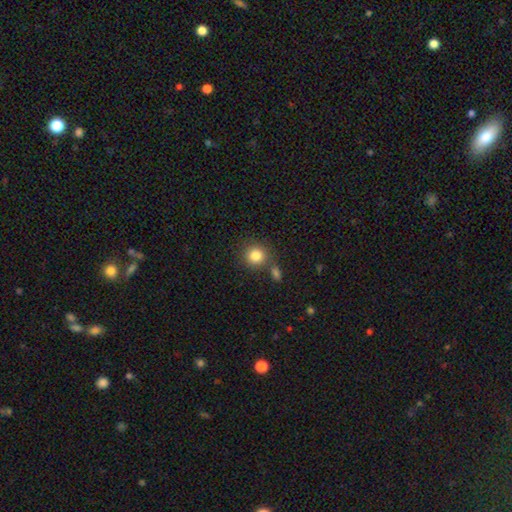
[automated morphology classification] smooth_or_featured: smooth (p=0.83) [alt: star or artifact p=0.10]
how_rounded: round (p=0.90) [alt: in between p=0.09]
merging: none (p=0.74) [alt: merger p=0.13]